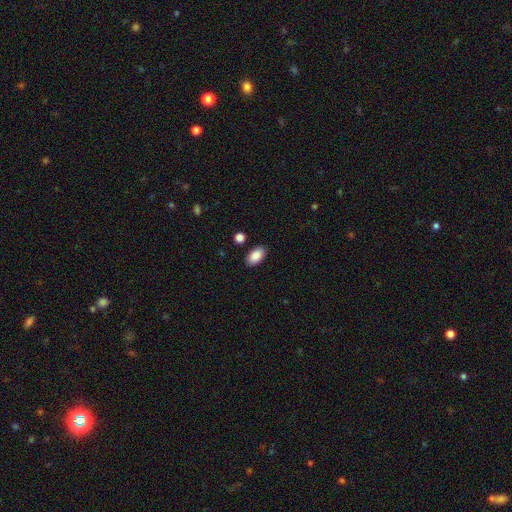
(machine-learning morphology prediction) smooth-or-featured: smooth: 88% | star or artifact: 7% | featured or disk: 5%
  how-rounded: in between: 94% | round: 4% | cigar-shaped: 2%
  merging: none: 87% | minor disturbance: 8% | merger: 2% | major disturbance: 2%